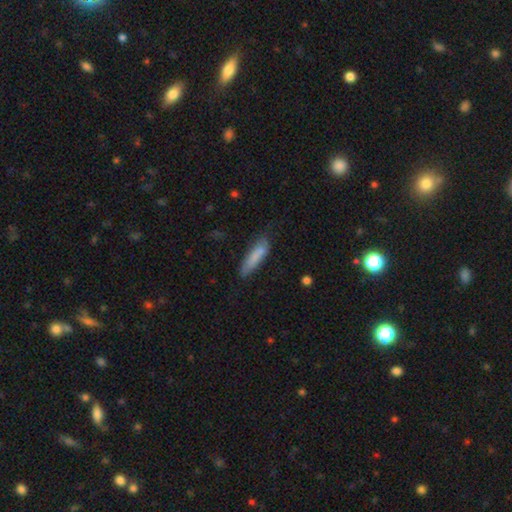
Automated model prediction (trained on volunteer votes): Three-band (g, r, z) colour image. It shows a smooth galaxy with no disk features (78%) that is cigar-shaped (71%). Merging: none (61%).